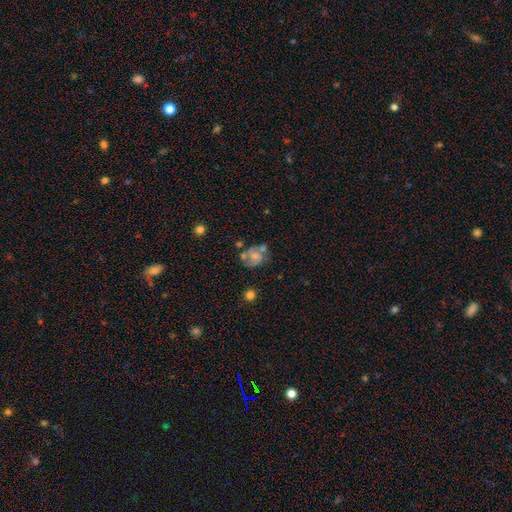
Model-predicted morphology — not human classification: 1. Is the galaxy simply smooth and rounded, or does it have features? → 60% featured or disk, 31% smooth, 9% star or artifact.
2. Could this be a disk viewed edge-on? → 98% no, 2% yes.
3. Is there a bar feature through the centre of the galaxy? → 67% no, 27% weak, 5% strong.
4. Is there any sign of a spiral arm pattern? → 72% yes, 28% no.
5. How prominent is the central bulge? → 48% small, 38% moderate, 9% none, 3% large, 1% dominant.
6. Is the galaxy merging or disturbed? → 47% none, 22% minor disturbance, 18% merger, 13% major disturbance.